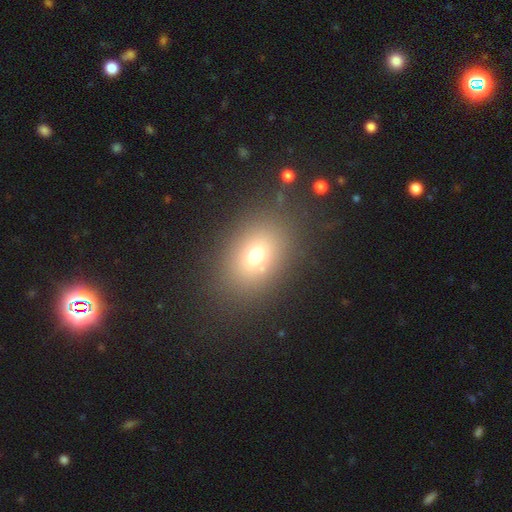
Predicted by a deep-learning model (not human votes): This is likely a smooth galaxy (71%). How rounded: likely in between (65%). Merging: clearly none (83%).